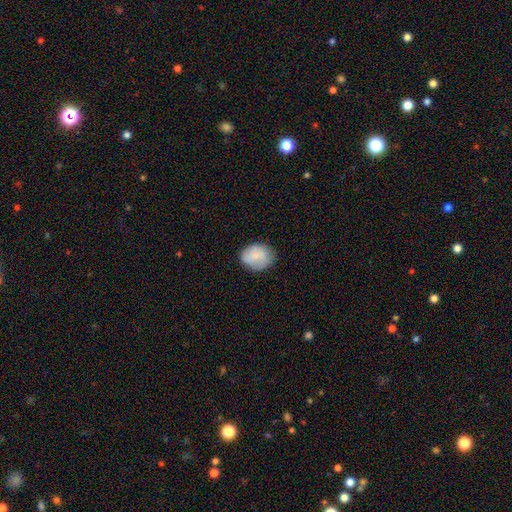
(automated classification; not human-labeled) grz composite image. It shows a smooth galaxy with no disk features (81%) that is in between round and cigar-shaped (53%). Merging: none (74%).